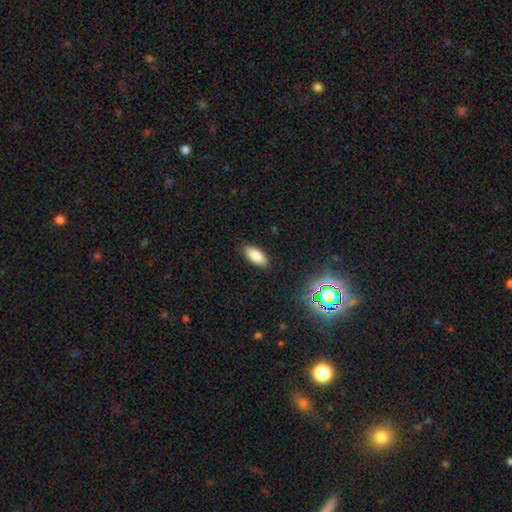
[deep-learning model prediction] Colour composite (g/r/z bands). It shows a smooth galaxy with no disk features (84%) that is in between round and cigar-shaped (84%). Merging: none (88%).